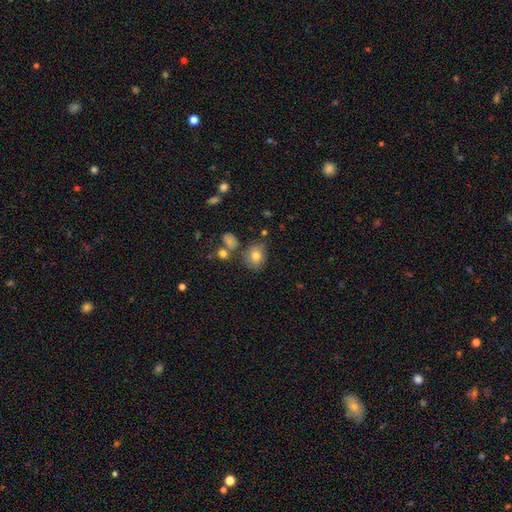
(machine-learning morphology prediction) The model was most divided on "how rounded": round: 55%, in between: 44%, cigar-shaped: 1%. More confident: smooth or featured — smooth (78%); merging — none (70%).